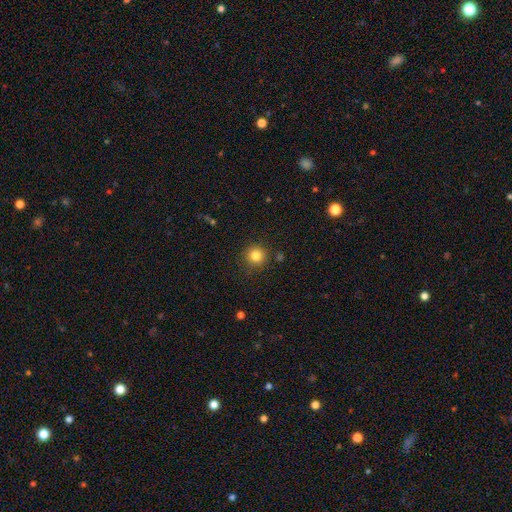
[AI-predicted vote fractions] Overall: smooth (82%). How rounded: round (94%). Merging: none (89%).